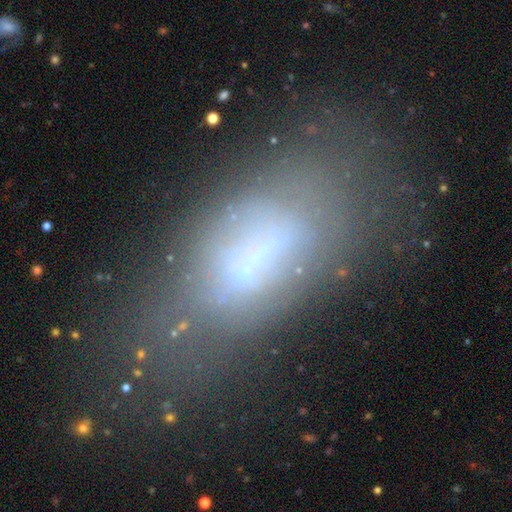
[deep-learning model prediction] The model was most divided on "smooth or featured": featured or disk: 42%, smooth: 41%, star or artifact: 17%. Remaining: merging — none (49%).